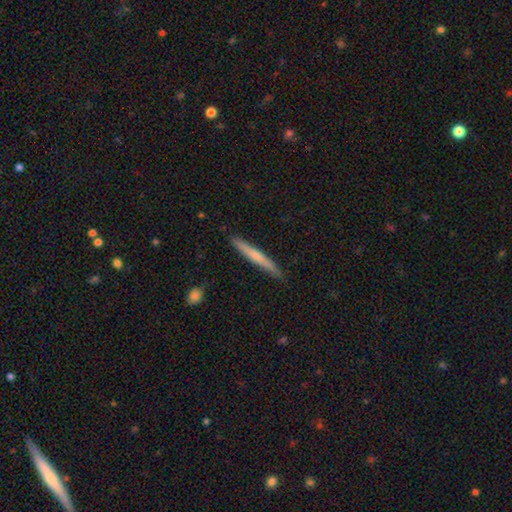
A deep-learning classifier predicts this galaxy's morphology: Smooth or featured?
  - smooth: 53% *
  - featured or disk: 41%
  - star or artifact: 6%
How rounded?
  - cigar-shaped: 96% *
  - in between: 2%
  - round: 1%
Merging?
  - none: 87% *
  - minor disturbance: 10%
  - major disturbance: 2%
  - merger: 1%